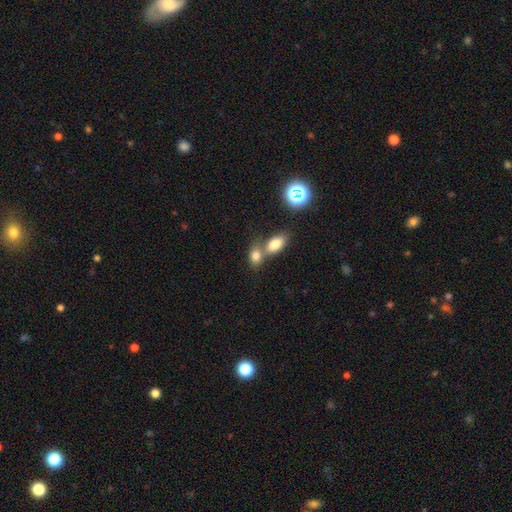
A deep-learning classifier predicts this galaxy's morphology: The model was most divided on "merging": merger: 54%, none: 34%, minor disturbance: 8%, major disturbance: 3%. More confident: smooth or featured — smooth (79%); how rounded — in between (78%).